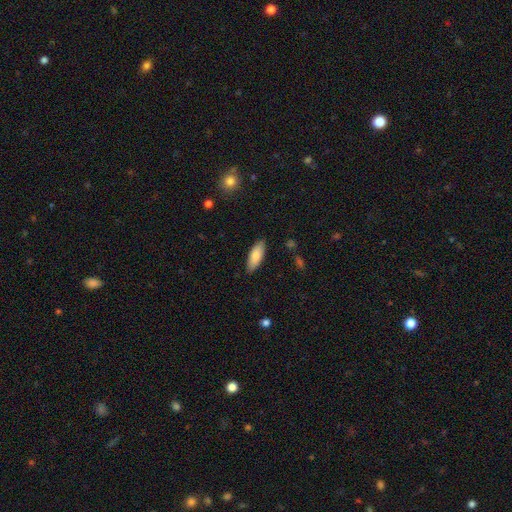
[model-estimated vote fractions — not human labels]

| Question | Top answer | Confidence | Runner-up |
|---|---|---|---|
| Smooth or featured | smooth | 83% | featured or disk (12%) |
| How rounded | in between | 72% | cigar-shaped (26%) |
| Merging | none | 87% | minor disturbance (10%) |